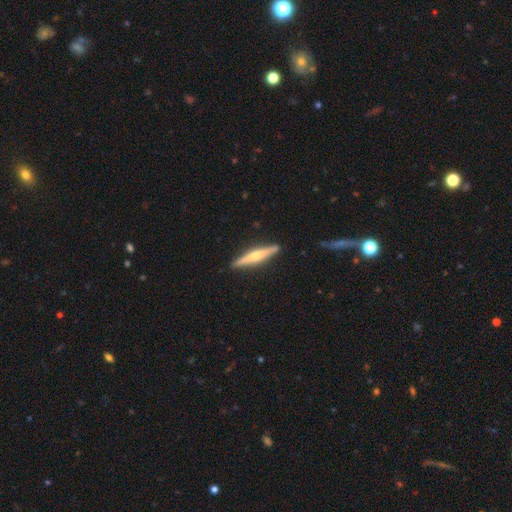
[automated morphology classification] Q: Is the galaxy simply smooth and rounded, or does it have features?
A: featured or disk — 58%.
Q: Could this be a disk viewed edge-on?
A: yes — 97%.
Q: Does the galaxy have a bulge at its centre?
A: rounded — 73%.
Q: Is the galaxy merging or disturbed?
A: none — 90%.